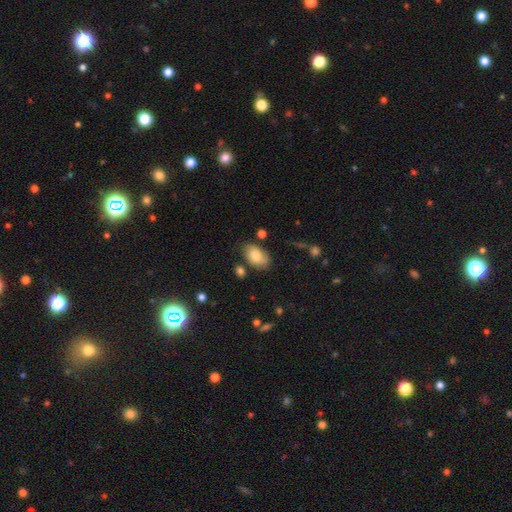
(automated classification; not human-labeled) Smooth or featured: smooth — 77% (featured or disk — 16%)
How rounded: in between — 92% (round — 7%)
Merging: none — 74% (minor disturbance — 17%)